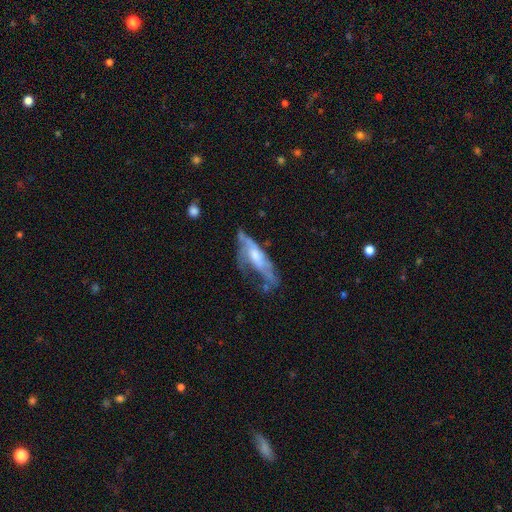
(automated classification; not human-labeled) A featured or disk galaxy (65%).

Vote fractions:
- Smooth or featured? featured or disk: 65% / smooth: 27% / star or artifact: 7%
- Edge-on disk? no: 74% / yes: 26%
- Merging? none: 34% / major disturbance: 33% / minor disturbance: 26% / merger: 7%